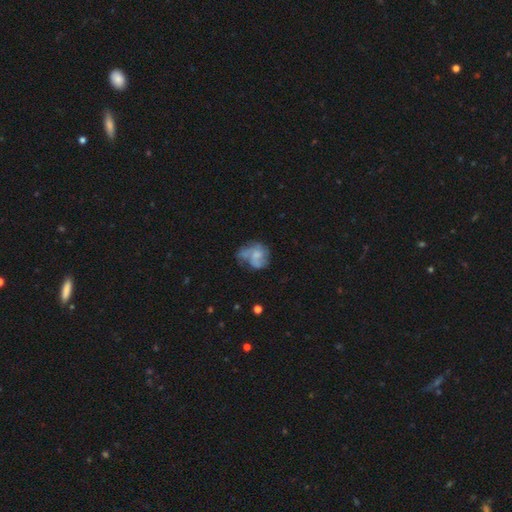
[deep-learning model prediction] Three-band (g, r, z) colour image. It shows a featured or disk galaxy (55%) with no bar (74%), spiral arms (64%) and no central bulge (32%). Merging: none (39%).